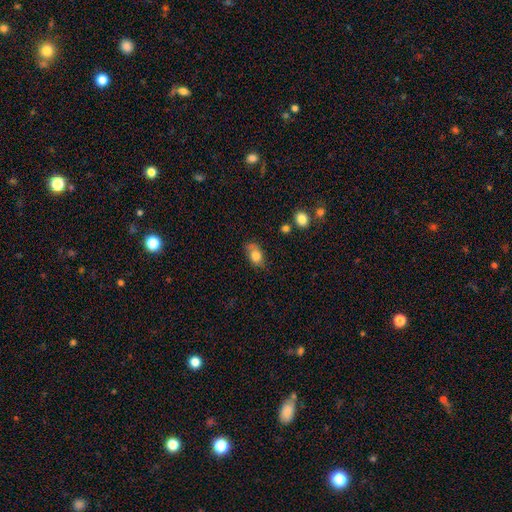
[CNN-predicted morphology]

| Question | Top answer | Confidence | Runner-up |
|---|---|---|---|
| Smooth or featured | smooth | 77% | featured or disk (14%) |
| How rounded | in between | 82% | round (15%) |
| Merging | none | 60% | minor disturbance (29%) |